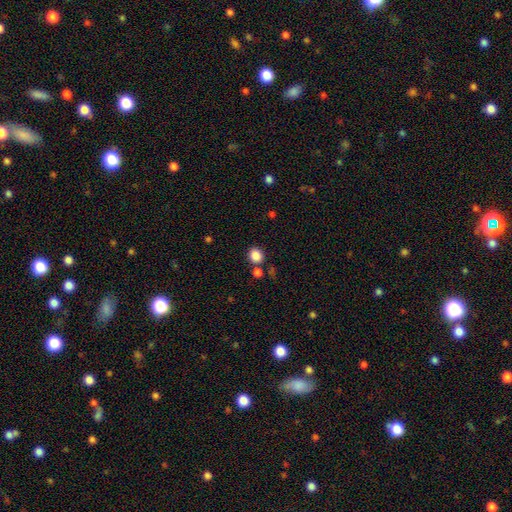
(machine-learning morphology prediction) Smooth or featured? Predicted: smooth (p=0.85). How rounded? Predicted: round (p=0.74). Merging? Predicted: none (p=0.78).